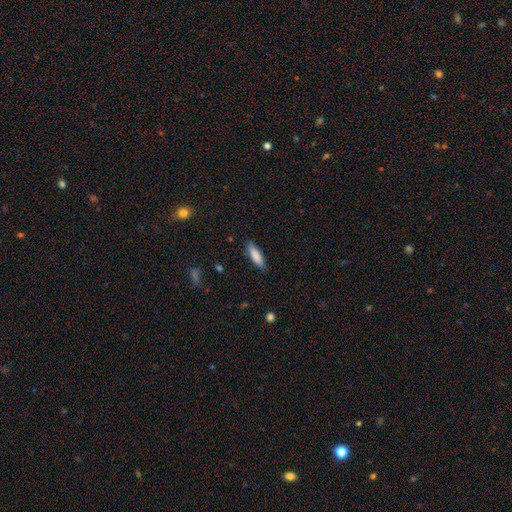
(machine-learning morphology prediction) Overall: smooth (85%). How rounded: cigar-shaped (58%; in between 41%). Merging: none (85%).